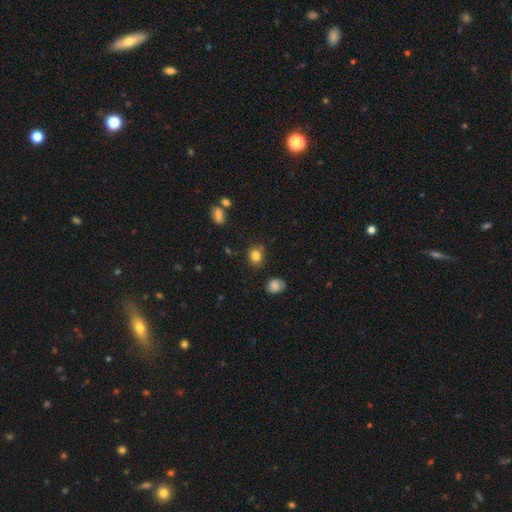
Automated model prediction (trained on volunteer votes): Overall: smooth (82%). How rounded: round (64%; in between 35%). Merging: none (76%).